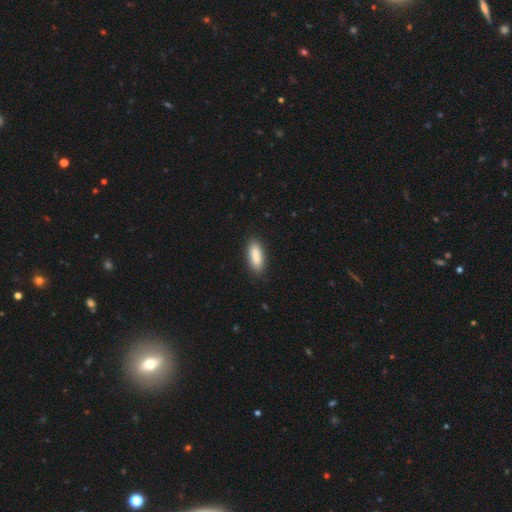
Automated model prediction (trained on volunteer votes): smooth 88%, star or artifact 6%, featured or disk 6%. Down the decision tree: how rounded — in between (68%); merging — none (86%).